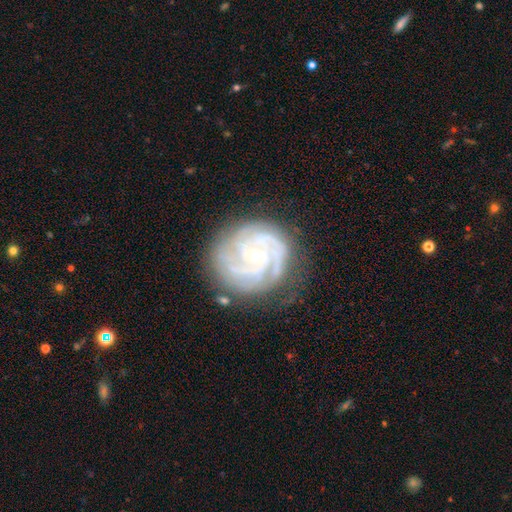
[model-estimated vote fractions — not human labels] Smooth or featured?
  - featured or disk: 90% *
  - star or artifact: 5%
  - smooth: 5%
Edge-on disk?
  - no: 98% *
  - yes: 2%
Bar?
  - no: 71% *
  - weak: 22%
  - strong: 7%
Spiral arms?
  - yes: 98% *
  - no: 2%
Spiral winding?
  - tight: 75% *
  - medium: 22%
  - loose: 3%
Spiral arm count?
  - 3: 39% *
  - 4: 24%
  - can't tell: 13%
  - 2: 12%
  - more than 4: 7%
  - 1: 5%
Bulge size?
  - small: 72% *
  - moderate: 25%
  - none: 1%
  - large: 1%
  - dominant: 1%
Merging?
  - none: 78% *
  - minor disturbance: 16%
  - major disturbance: 5%
  - merger: 1%